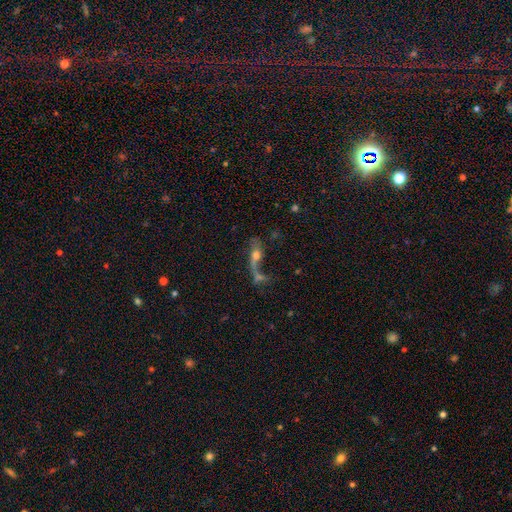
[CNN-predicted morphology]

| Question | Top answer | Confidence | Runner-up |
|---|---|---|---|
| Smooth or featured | featured or disk | 55% | smooth (32%) |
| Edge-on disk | no | 77% | yes (23%) |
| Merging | merger | 35% | none (27%) |